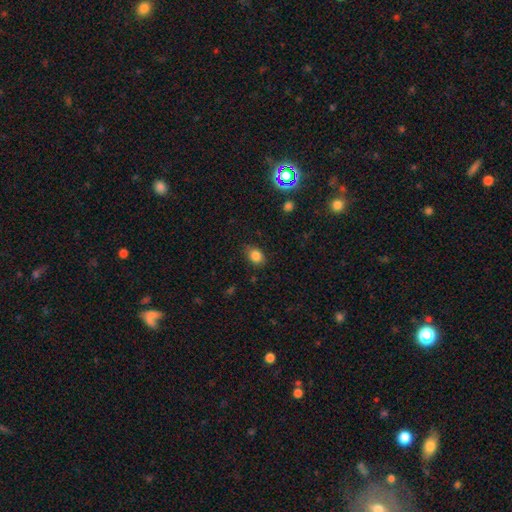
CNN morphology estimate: smooth-or-featured: smooth: 84% | star or artifact: 11% | featured or disk: 6%
  how-rounded: in between: 66% | round: 33% | cigar-shaped: 1%
  merging: none: 79% | minor disturbance: 16% | major disturbance: 3% | merger: 1%